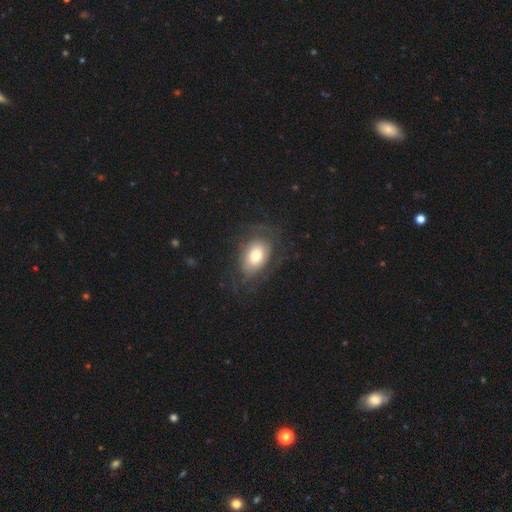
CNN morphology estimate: Smooth or featured? smooth (49%)
Merging? none (63%)